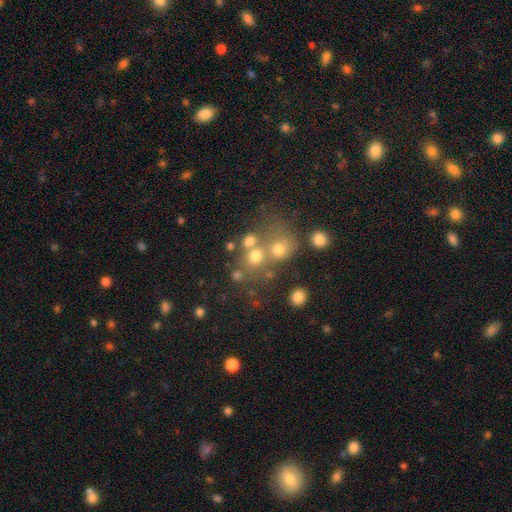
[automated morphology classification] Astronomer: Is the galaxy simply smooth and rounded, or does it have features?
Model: smooth — 66%.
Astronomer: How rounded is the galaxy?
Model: round — 77%.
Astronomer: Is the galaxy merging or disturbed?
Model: none — 45% (runner-up: merger, 39%).